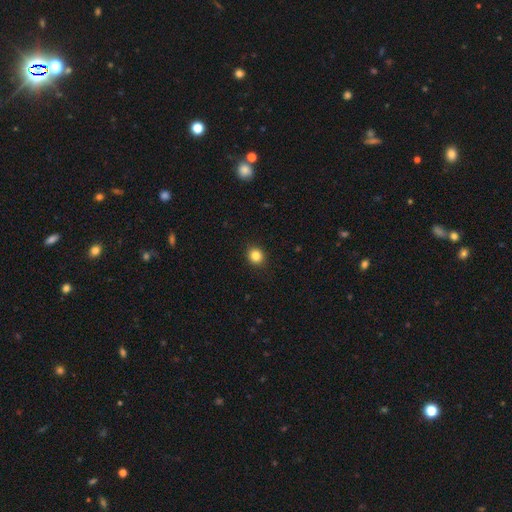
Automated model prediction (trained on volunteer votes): Morphology: type=smooth (84%); roundness=round (80%); merging=none (91%).